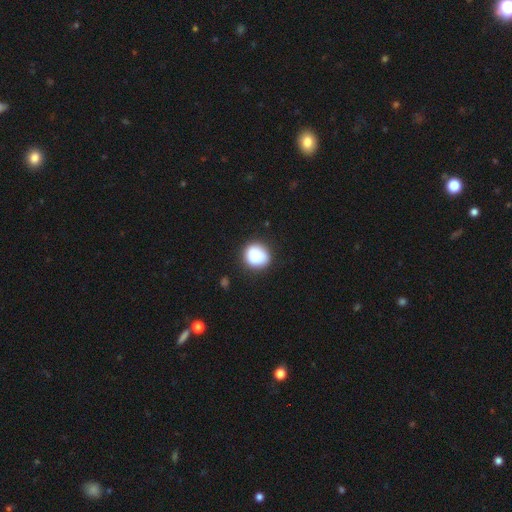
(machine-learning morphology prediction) This appears to be a smooth galaxy with no disk features (87%) that is round (82%). Merging: none (83%).